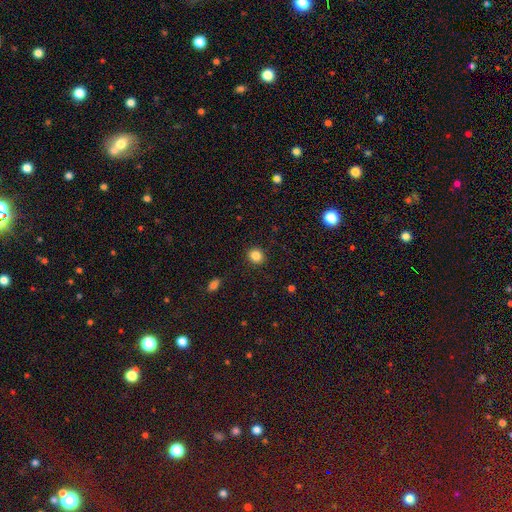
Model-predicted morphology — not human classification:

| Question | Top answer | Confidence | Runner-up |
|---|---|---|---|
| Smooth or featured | smooth | 85% | star or artifact (11%) |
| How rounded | round | 81% | in between (18%) |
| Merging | none | 91% | minor disturbance (6%) |